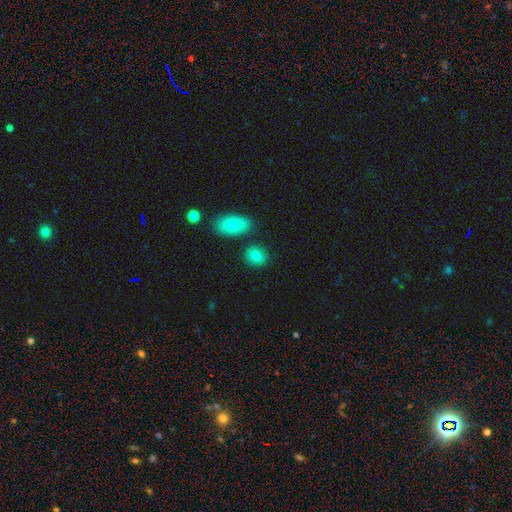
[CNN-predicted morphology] Smooth or featured? smooth (81%)
How rounded? round (66%)
Merging? none (80%)